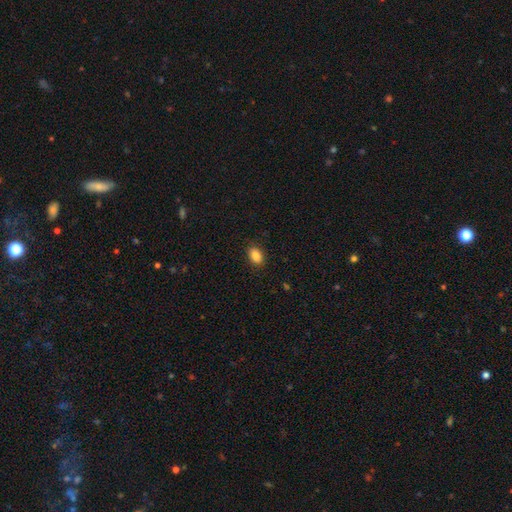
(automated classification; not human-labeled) Smooth or featured? Predicted: smooth (p=0.88). How rounded? Predicted: in between (p=0.88). Merging? Predicted: none (p=0.88).